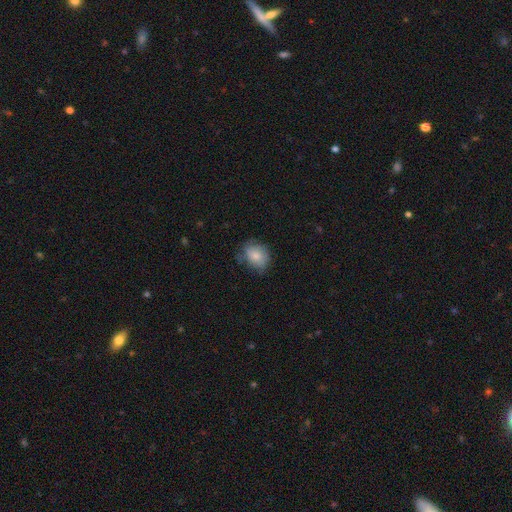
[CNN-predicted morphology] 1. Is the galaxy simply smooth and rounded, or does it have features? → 74% smooth, 18% featured or disk, 8% star or artifact.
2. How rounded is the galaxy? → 52% in between, 47% round, 1% cigar-shaped.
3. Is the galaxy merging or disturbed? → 57% none, 31% minor disturbance, 11% major disturbance, 1% merger.